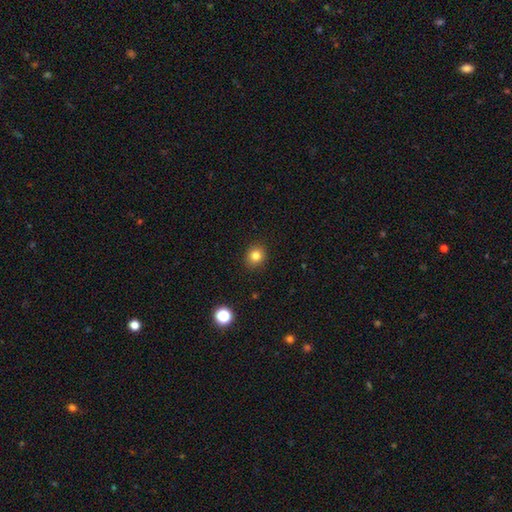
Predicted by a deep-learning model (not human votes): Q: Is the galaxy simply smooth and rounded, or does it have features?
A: smooth — 82%.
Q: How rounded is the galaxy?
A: round — 79%.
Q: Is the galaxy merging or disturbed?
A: none — 90%.